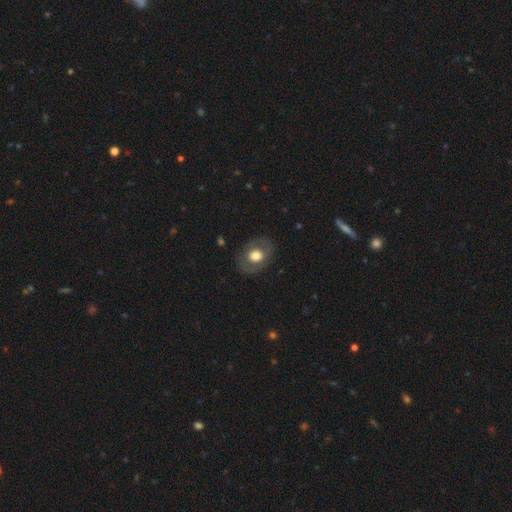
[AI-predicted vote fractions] A smooth galaxy with no disk features (56%) that is in between round and cigar-shaped (56%).

Vote fractions:
- Smooth or featured? smooth: 56% / featured or disk: 37% / star or artifact: 7%
- How rounded? in between: 56% / round: 43% / cigar-shaped: 1%
- Merging? none: 81% / minor disturbance: 12% / major disturbance: 6% / merger: 1%